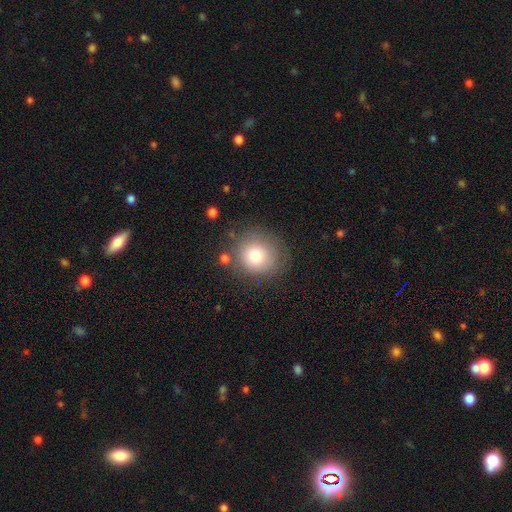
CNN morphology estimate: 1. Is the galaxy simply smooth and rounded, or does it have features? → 77% smooth, 13% featured or disk, 11% star or artifact.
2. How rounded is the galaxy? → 87% round, 12% in between, 1% cigar-shaped.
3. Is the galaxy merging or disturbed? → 75% none, 14% minor disturbance, 6% major disturbance, 4% merger.